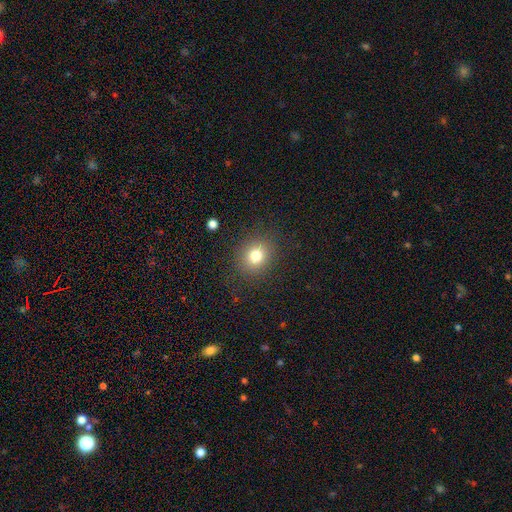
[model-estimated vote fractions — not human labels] The model was most divided on "how rounded": round: 69%, in between: 30%, cigar-shaped: 1%. More confident: merging — none (86%); smooth or featured — smooth (78%).